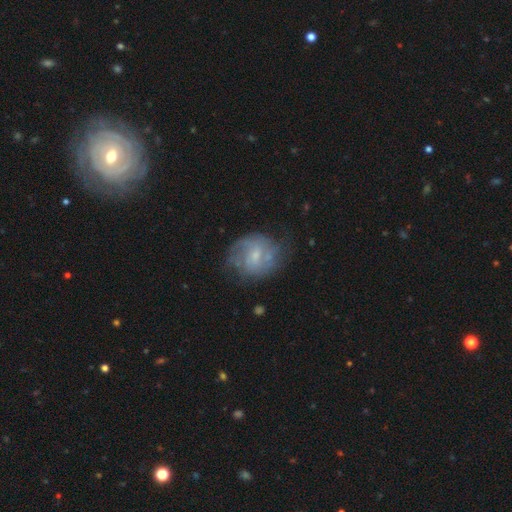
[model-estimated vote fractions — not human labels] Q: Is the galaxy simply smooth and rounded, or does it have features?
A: featured or disk — 65%.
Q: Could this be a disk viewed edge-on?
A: no — 98%.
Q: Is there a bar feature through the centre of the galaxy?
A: weak — 47%.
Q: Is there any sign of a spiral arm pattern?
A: yes — 77%.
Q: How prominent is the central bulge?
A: small — 58%.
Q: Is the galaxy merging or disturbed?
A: none — 60%.